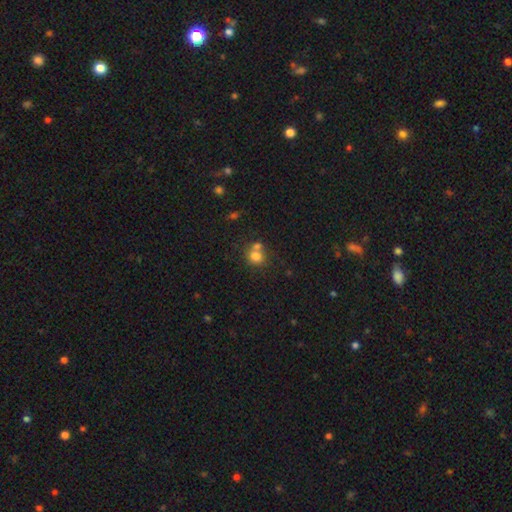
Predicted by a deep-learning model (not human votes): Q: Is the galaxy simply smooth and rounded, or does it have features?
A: smooth — 77%.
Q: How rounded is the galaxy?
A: round — 78%.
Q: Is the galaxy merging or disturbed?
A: none — 45%.